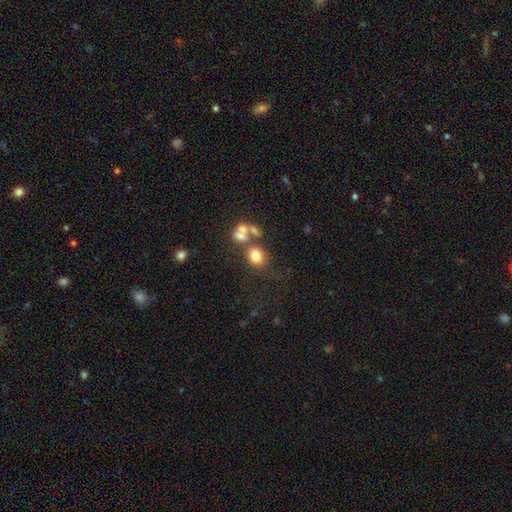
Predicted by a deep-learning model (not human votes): Smooth or featured? Predicted: smooth (p=0.74). How rounded? Predicted: round (p=0.56). Merging? Predicted: none (p=0.47).